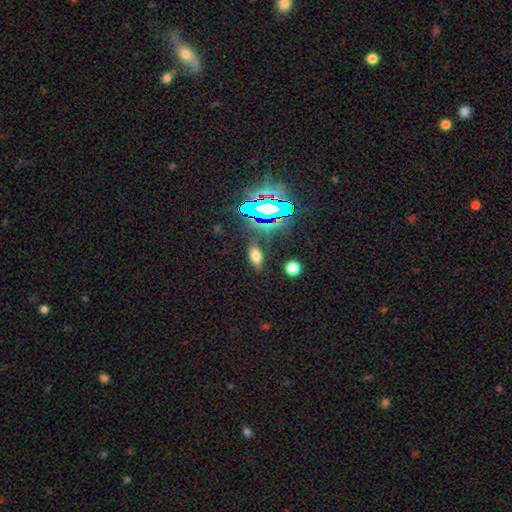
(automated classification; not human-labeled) Q: Smooth or featured?
A: smooth (61%); runner-up: star or artifact (26%)
Q: How rounded?
A: in between (81%); runner-up: cigar-shaped (11%)
Q: Merging?
A: none (82%); runner-up: minor disturbance (11%)